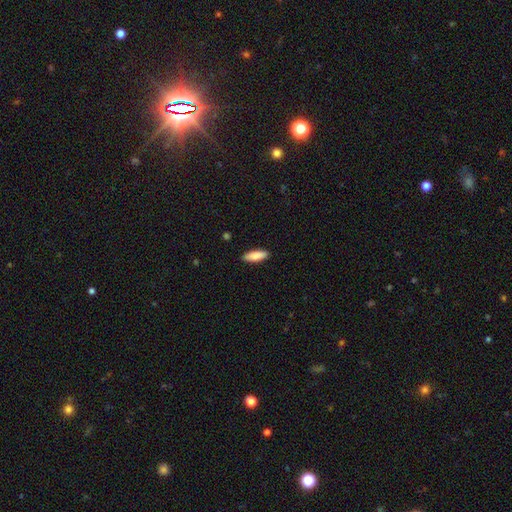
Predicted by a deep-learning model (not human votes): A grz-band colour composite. It shows a smooth galaxy with no disk features (87%) that is in between round and cigar-shaped (56%). Merging: none (90%).